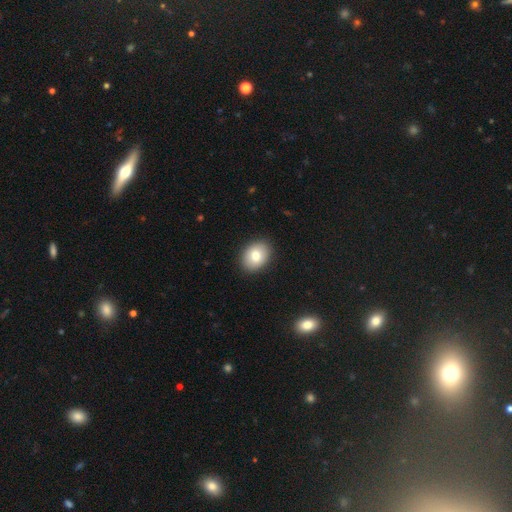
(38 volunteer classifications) This appears to be a smooth galaxy with no disk features (82%) that is in between round and cigar-shaped (61%). Merging: none (76%).